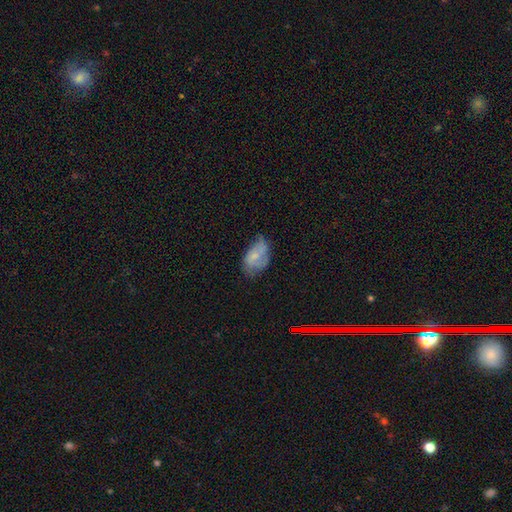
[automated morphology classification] Smooth or featured?
  - smooth: 51% *
  - featured or disk: 41%
  - star or artifact: 8%
How rounded?
  - in between: 89% *
  - round: 9%
  - cigar-shaped: 2%
Merging?
  - none: 41% *
  - minor disturbance: 39%
  - major disturbance: 18%
  - merger: 2%